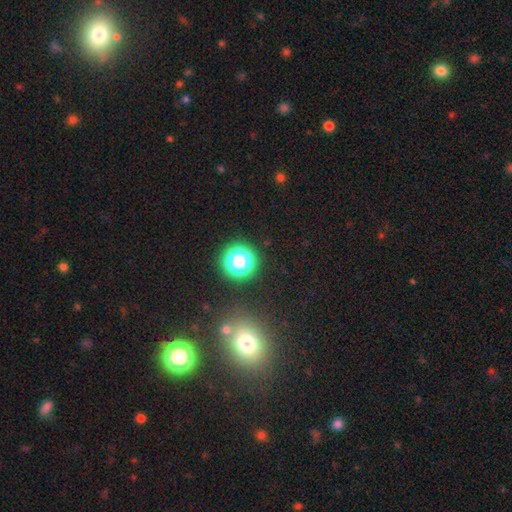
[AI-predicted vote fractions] smooth 48%, star or artifact 45%, featured or disk 7%. Down the decision tree: merging — none (84%).